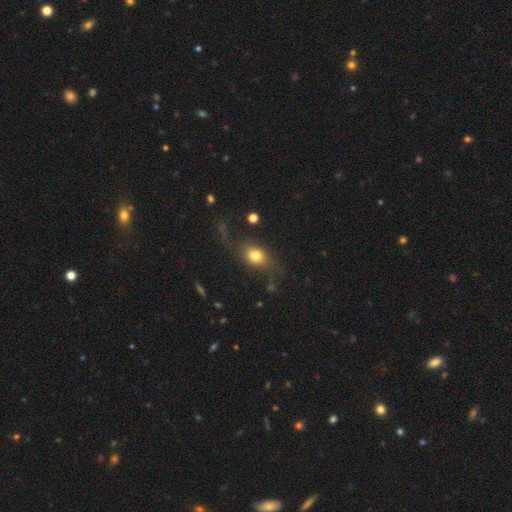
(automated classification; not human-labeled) A smooth galaxy with no disk features (73%) that is in between round and cigar-shaped (55%).

Vote fractions:
- Smooth or featured? smooth: 73% / featured or disk: 16% / star or artifact: 11%
- How rounded? in between: 55% / round: 41% / cigar-shaped: 3%
- Merging? none: 59% / minor disturbance: 20% / major disturbance: 18% / merger: 3%